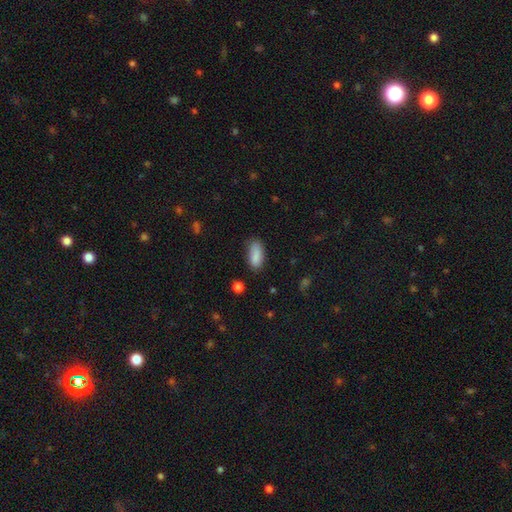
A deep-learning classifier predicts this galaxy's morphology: Smooth or featured: smooth — 87% (star or artifact — 7%)
How rounded: in between — 85% (cigar-shaped — 12%)
Merging: none — 73% (minor disturbance — 20%)